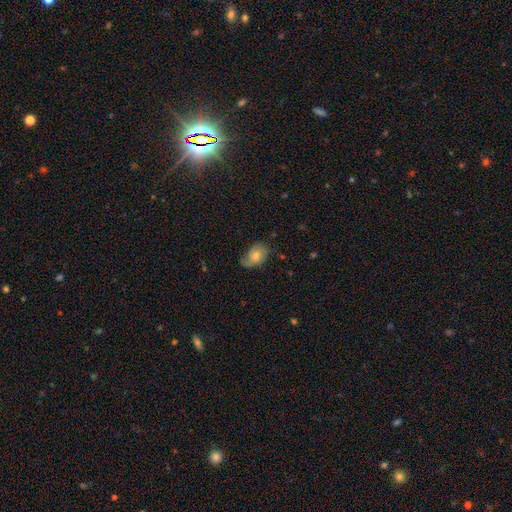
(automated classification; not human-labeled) A featured or disk galaxy (54%) with no bar (69%), spiral arms (87%) and a moderate central bulge (53%). Merging: none (61%).